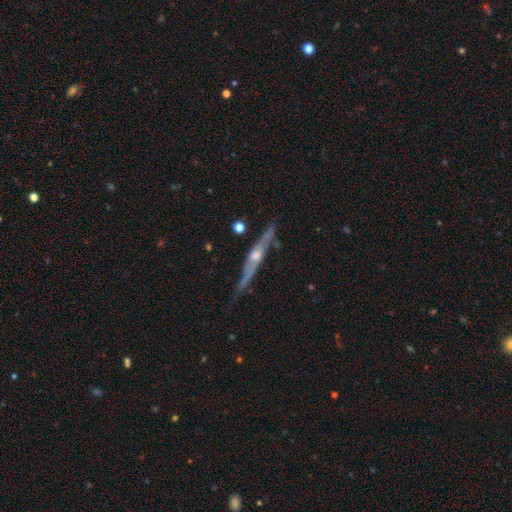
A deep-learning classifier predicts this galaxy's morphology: A featured or disk galaxy (82%) viewed edge-on (94%) with a rounded central bulge (86%). Merging: none (77%).